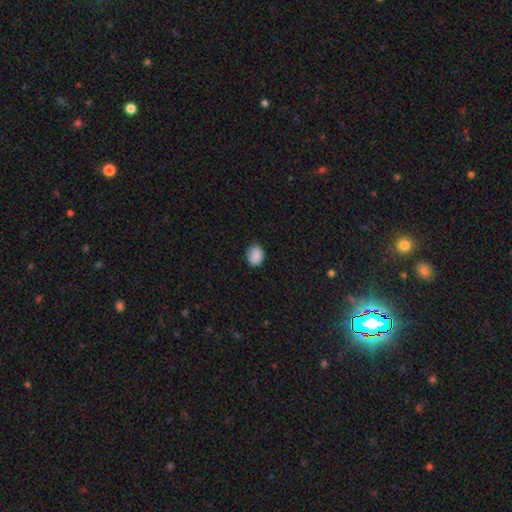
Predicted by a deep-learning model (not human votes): Smooth or featured? Predicted: smooth (p=0.89). How rounded? Predicted: in between (p=0.56). Merging? Predicted: none (p=0.81).